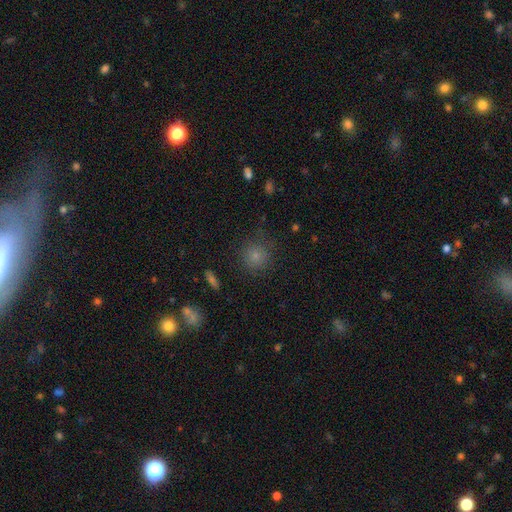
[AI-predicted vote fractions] smooth-or-featured: smooth: 78% | star or artifact: 15% | featured or disk: 7%
  how-rounded: round: 92% | in between: 7% | cigar-shaped: 1%
  merging: none: 82% | minor disturbance: 12% | major disturbance: 4% | merger: 2%